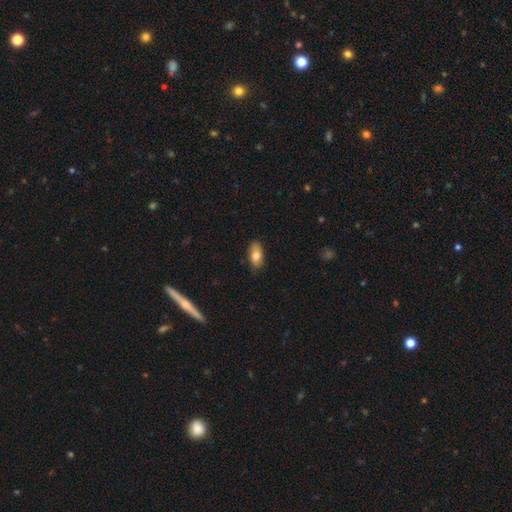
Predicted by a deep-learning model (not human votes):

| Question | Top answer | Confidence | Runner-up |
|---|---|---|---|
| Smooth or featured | smooth | 78% | featured or disk (15%) |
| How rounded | in between | 89% | cigar-shaped (7%) |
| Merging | none | 82% | minor disturbance (14%) |